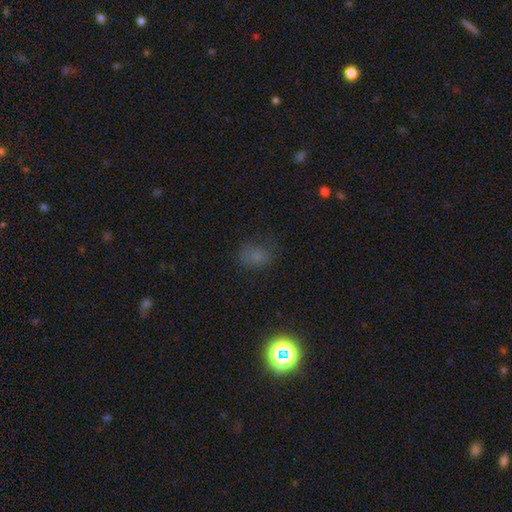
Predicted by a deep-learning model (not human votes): smooth_or_featured: smooth (p=0.65) [alt: star or artifact p=0.26]
how_rounded: in between (p=0.55) [alt: round p=0.43]
merging: none (p=0.69) [alt: minor disturbance p=0.21]